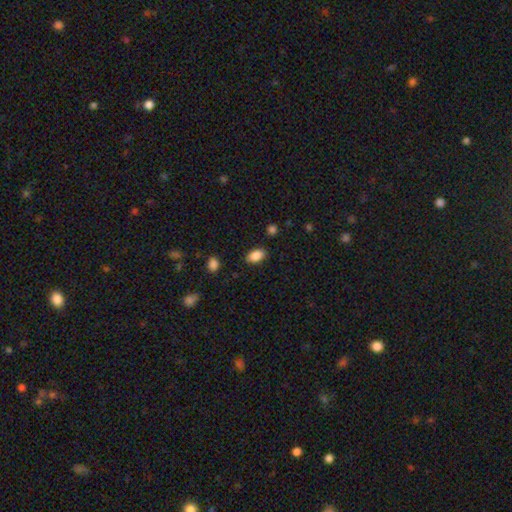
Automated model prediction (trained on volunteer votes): Overall: smooth (88%). How rounded: in between (90%). Merging: none (86%).